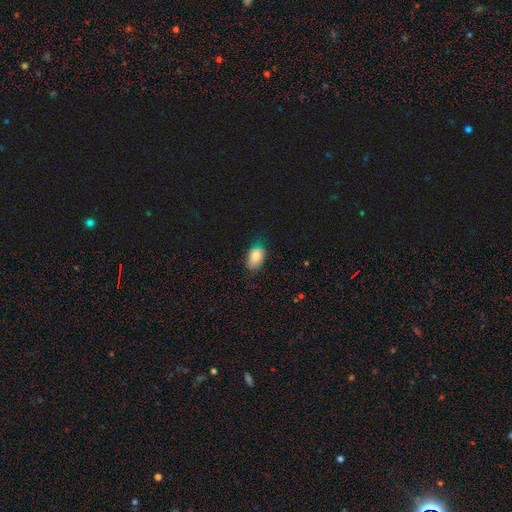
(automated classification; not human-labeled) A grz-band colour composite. It shows a smooth galaxy with no disk features (76%) that is in between round and cigar-shaped (84%). Merging: none (65%).